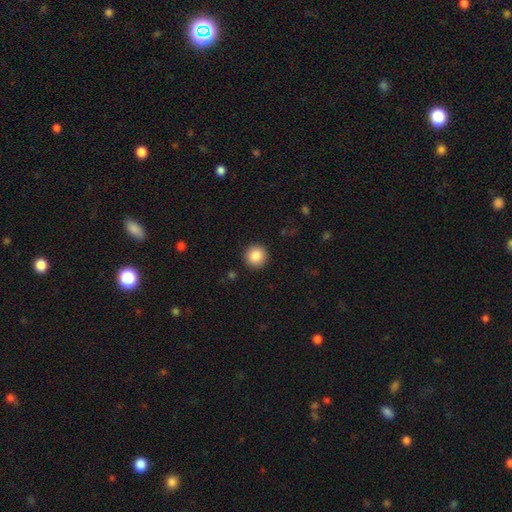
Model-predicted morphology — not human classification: type=smooth (87%); roundness=round (94%); merging=none (92%).